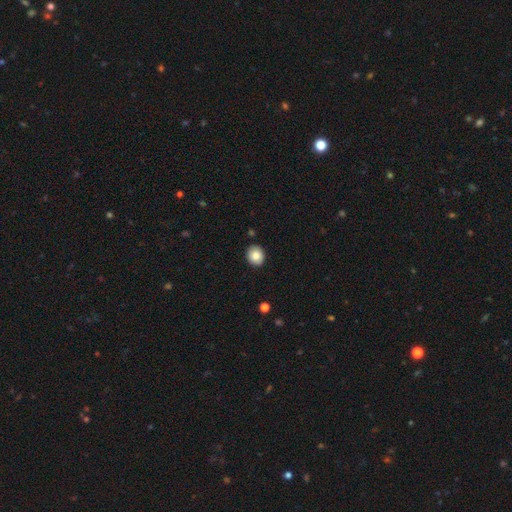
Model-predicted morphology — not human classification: smooth-or-featured: smooth: 85% | star or artifact: 8% | featured or disk: 7%
  how-rounded: round: 74% | in between: 25% | cigar-shaped: 1%
  merging: none: 89% | minor disturbance: 8% | major disturbance: 2% | merger: 1%